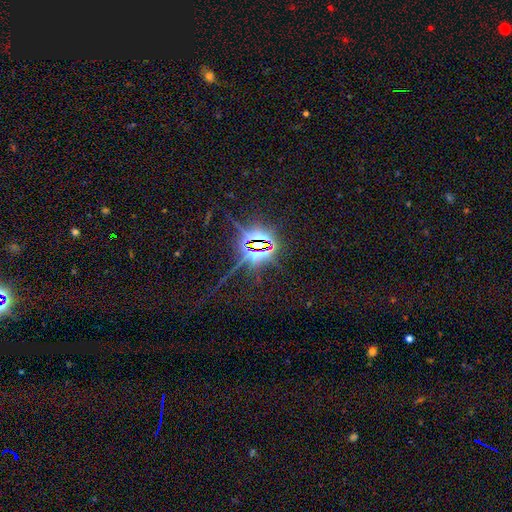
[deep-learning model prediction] Q: Smooth or featured?
A: star or artifact (84%); runner-up: featured or disk (10%)